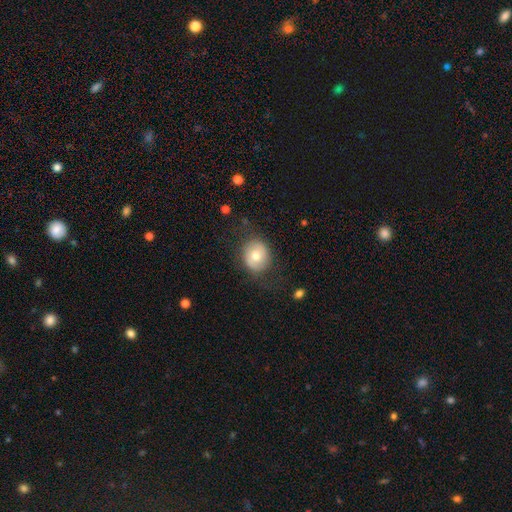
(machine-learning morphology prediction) smooth 66%, featured or disk 26%, star or artifact 7%. Down the decision tree: how rounded — round (72%); merging — none (76%).